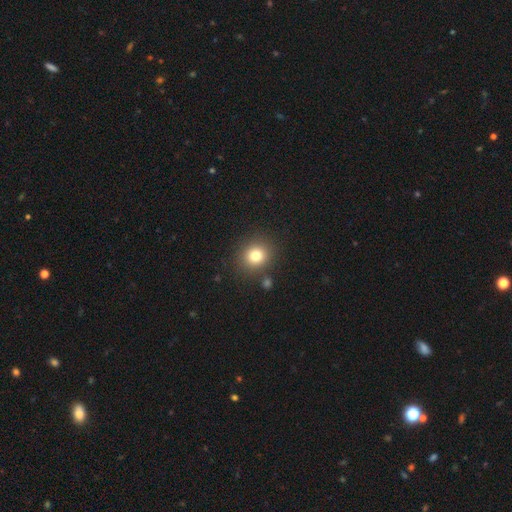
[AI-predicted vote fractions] Smooth or featured: smooth — 79% (star or artifact — 13%)
How rounded: round — 83% (in between — 16%)
Merging: none — 84% (minor disturbance — 8%)